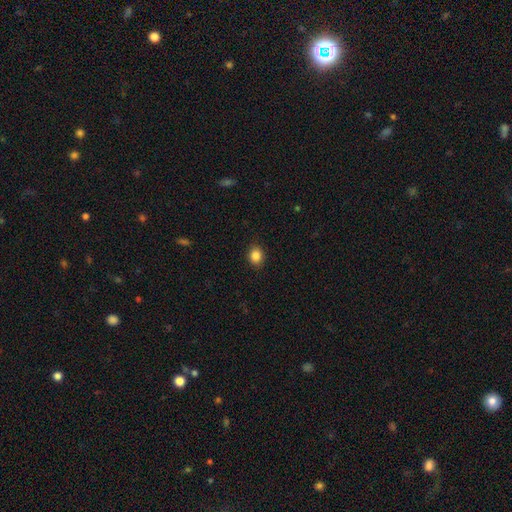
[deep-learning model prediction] Smooth or featured? smooth (86%)
How rounded? round (61%)
Merging? none (90%)